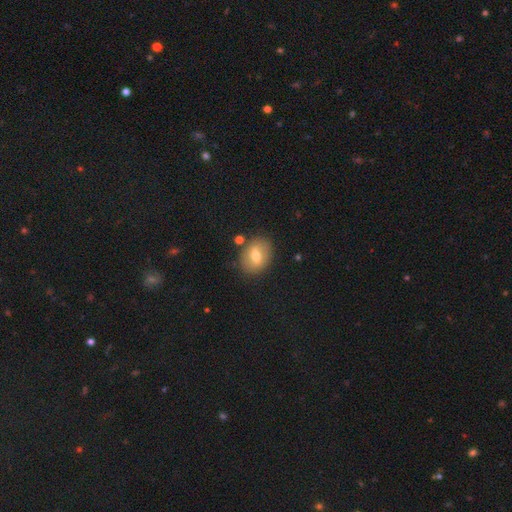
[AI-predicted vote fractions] This appears to be a smooth galaxy with no disk features (60%) that is in between round and cigar-shaped (57%). Merging: none (83%).